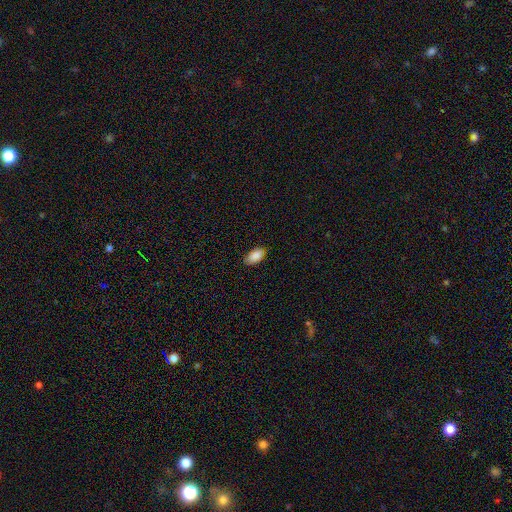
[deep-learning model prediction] This is clearly a smooth galaxy (89%). How rounded: clearly in between (94%). Merging: clearly none (86%).